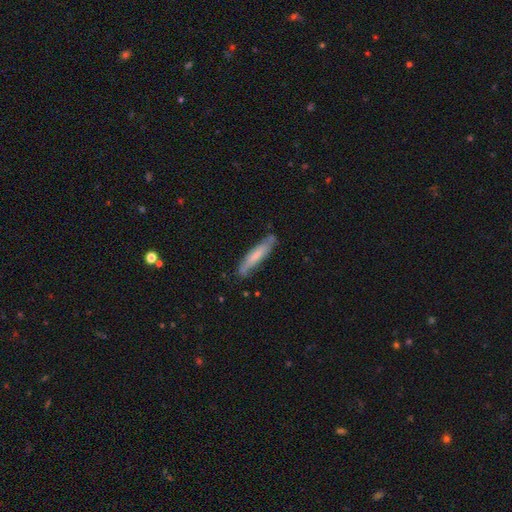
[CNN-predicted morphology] Smooth or featured? Predicted: smooth (p=0.58). How rounded? Predicted: cigar-shaped (p=0.85). Merging? Predicted: none (p=0.76).